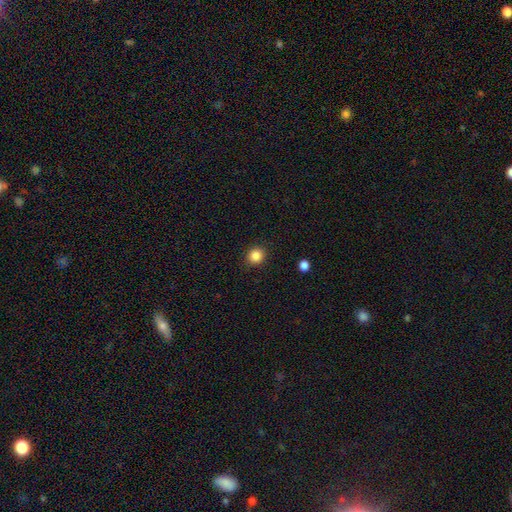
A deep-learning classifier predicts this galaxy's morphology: smooth 86%, star or artifact 10%, featured or disk 3%. Down the decision tree: how rounded — round (85%); merging — none (90%).